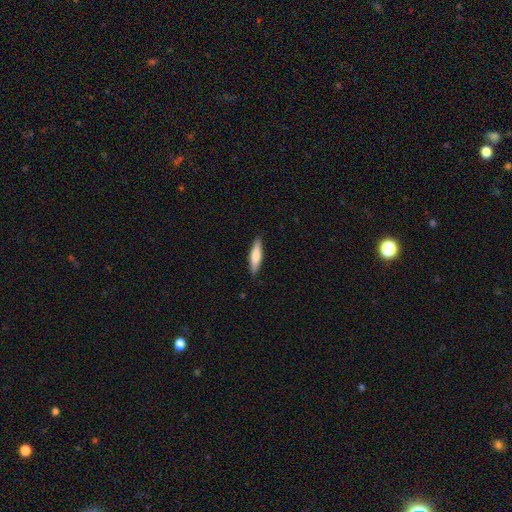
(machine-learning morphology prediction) This is likely a smooth galaxy (69%). How rounded: likely cigar-shaped (75%). Merging: clearly none (89%).